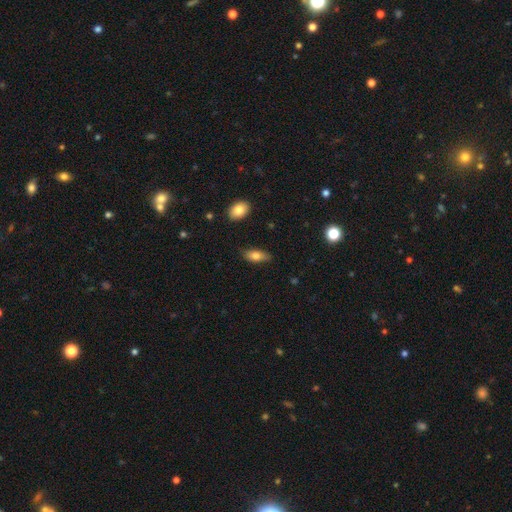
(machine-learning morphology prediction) Q: Smooth or featured?
A: smooth (76%); runner-up: featured or disk (16%)
Q: How rounded?
A: in between (85%); runner-up: cigar-shaped (12%)
Q: Merging?
A: none (80%); runner-up: minor disturbance (16%)